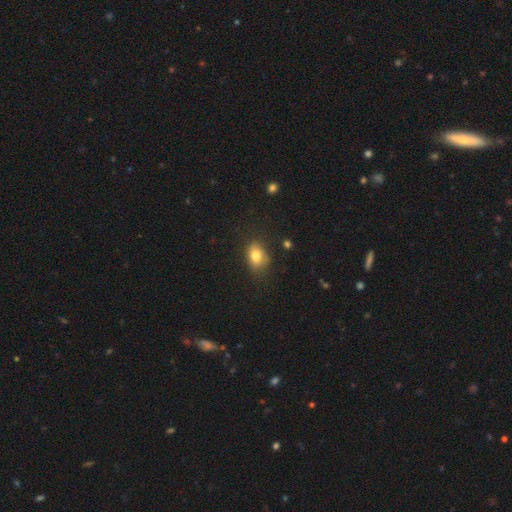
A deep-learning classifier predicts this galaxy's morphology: This is likely a smooth galaxy (80%). How rounded: likely in between (75%). Merging: likely none (71%).